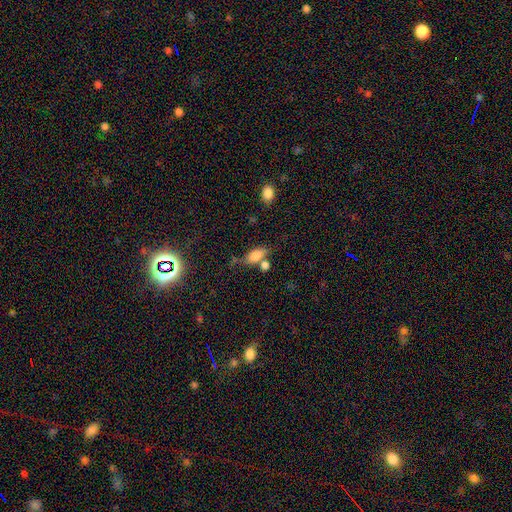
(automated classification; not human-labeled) Q: Smooth or featured?
A: smooth (75%); runner-up: featured or disk (15%)
Q: How rounded?
A: in between (79%); runner-up: cigar-shaped (15%)
Q: Merging?
A: none (52%); runner-up: merger (24%)